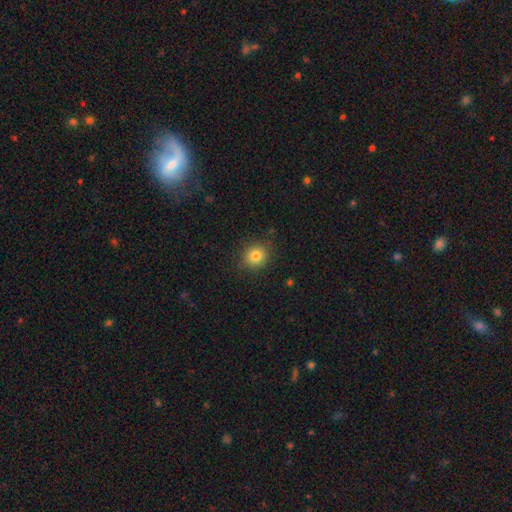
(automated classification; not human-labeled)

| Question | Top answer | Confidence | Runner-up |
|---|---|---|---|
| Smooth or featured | smooth | 82% | star or artifact (11%) |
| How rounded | round | 87% | in between (12%) |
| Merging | none | 87% | minor disturbance (9%) |